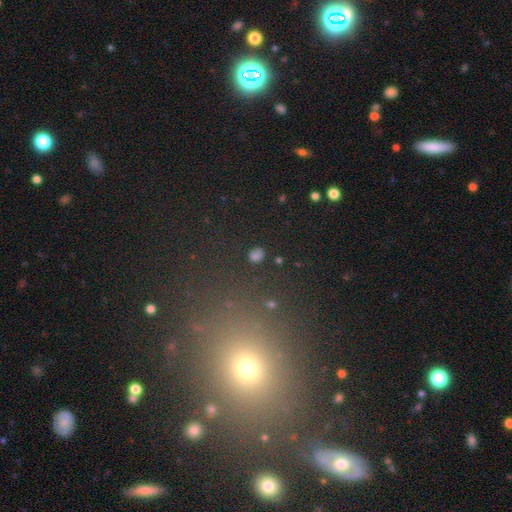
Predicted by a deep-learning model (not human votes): Smooth or featured?
  - smooth: 70% *
  - star or artifact: 23%
  - featured or disk: 7%
How rounded?
  - round: 66% *
  - in between: 32%
  - cigar-shaped: 2%
Merging?
  - none: 86% *
  - minor disturbance: 8%
  - major disturbance: 3%
  - merger: 2%